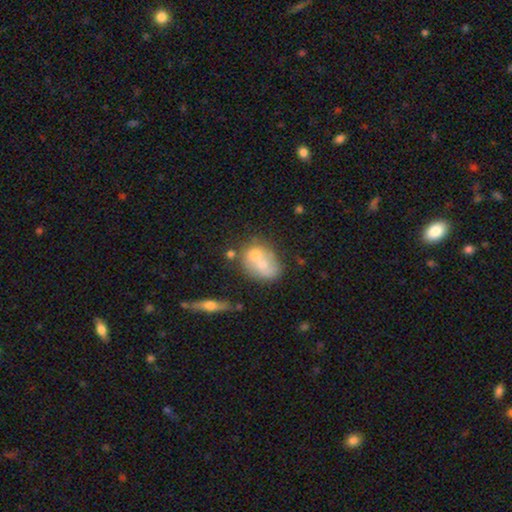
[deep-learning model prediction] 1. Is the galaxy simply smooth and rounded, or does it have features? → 47% smooth, 41% featured or disk, 12% star or artifact.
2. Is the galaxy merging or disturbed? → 49% merger, 34% none, 12% minor disturbance, 6% major disturbance.